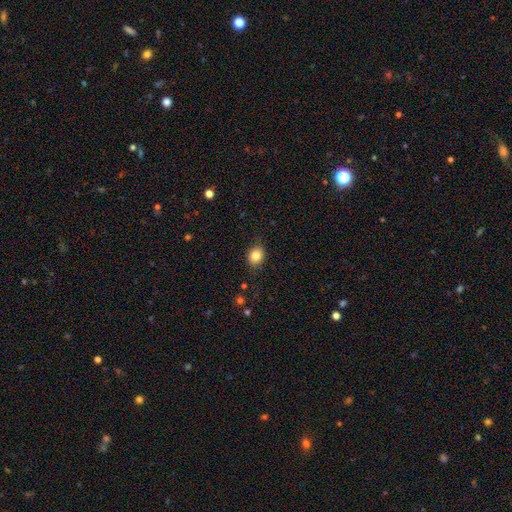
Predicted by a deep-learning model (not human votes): This is clearly a smooth galaxy (83%). How rounded: possibly round (56%). Merging: clearly none (84%).